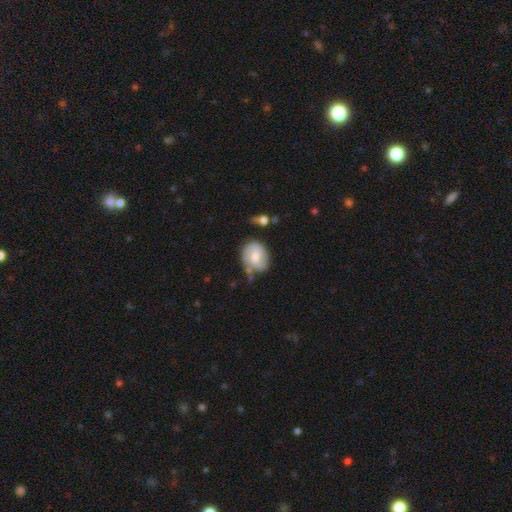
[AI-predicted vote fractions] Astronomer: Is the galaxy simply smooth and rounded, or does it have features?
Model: smooth — 50% (runner-up: featured or disk, 43%).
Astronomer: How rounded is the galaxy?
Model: round — 55% (runner-up: in between, 44%).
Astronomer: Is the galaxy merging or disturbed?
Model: none — 62%.